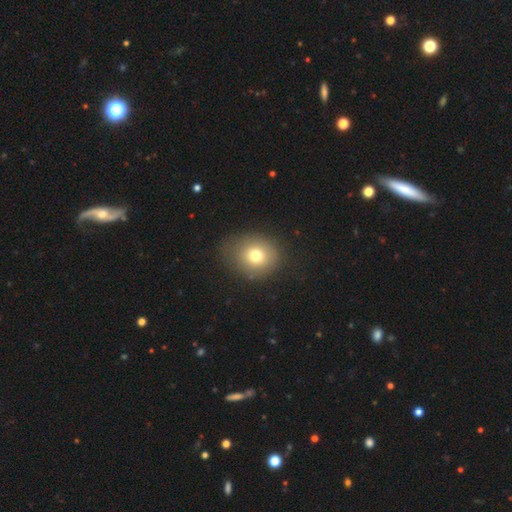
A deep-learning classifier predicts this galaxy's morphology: smooth-or-featured: smooth: 75% | featured or disk: 13% | star or artifact: 12%
  how-rounded: round: 74% | in between: 25% | cigar-shaped: 1%
  merging: none: 76% | minor disturbance: 16% | major disturbance: 6% | merger: 2%